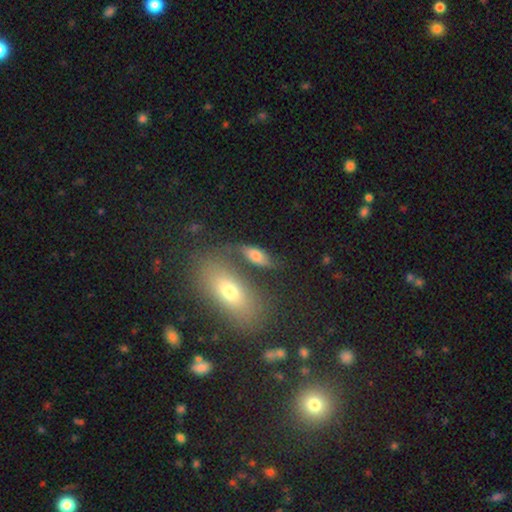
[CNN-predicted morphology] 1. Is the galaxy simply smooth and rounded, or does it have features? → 64% smooth, 25% featured or disk, 11% star or artifact.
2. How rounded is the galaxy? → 76% in between, 17% cigar-shaped, 7% round.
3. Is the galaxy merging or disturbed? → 52% none, 19% minor disturbance, 18% merger, 11% major disturbance.